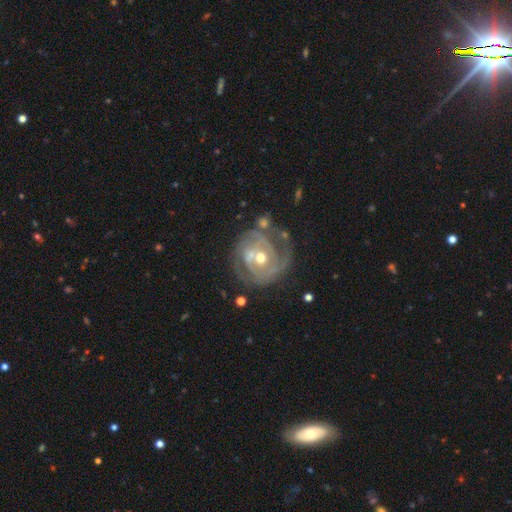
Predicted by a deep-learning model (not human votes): A featured or disk galaxy (87%) with no bar (49%), 2 (42%) tight (64%) spiral arms (94%) and a moderate central bulge (64%).

Vote fractions:
- Smooth or featured? featured or disk: 87% / smooth: 7% / star or artifact: 7%
- Edge-on disk? no: 98% / yes: 2%
- Bar? no: 49% / weak: 36% / strong: 15%
- Spiral arms? yes: 94% / no: 6%
- Spiral winding? tight: 64% / medium: 29% / loose: 7%
- Spiral arm count? 2: 42% / 3: 21% / can't tell: 21% / 1: 6% / 4: 6% / more than 4: 4%
- Bulge size? moderate: 64% / small: 32% / large: 3% / none: 1% / dominant: 1%
- Merging? none: 64% / minor disturbance: 19% / major disturbance: 12% / merger: 5%